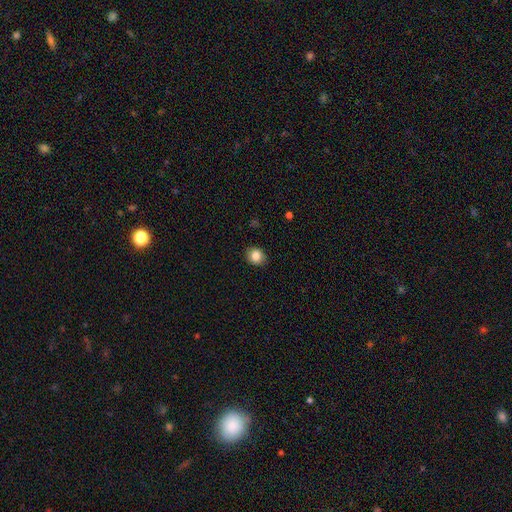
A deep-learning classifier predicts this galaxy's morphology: Smooth or featured? Predicted: smooth (p=0.85). How rounded? Predicted: round (p=0.67). Merging? Predicted: none (p=0.88).